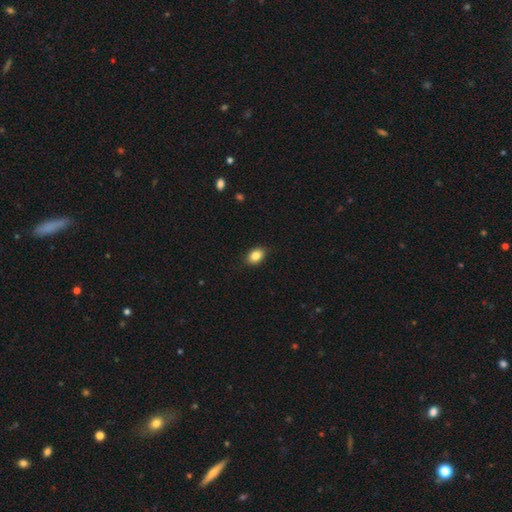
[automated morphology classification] A smooth galaxy with no disk features (85%) that is in between round and cigar-shaped (80%). Merging: none (87%).